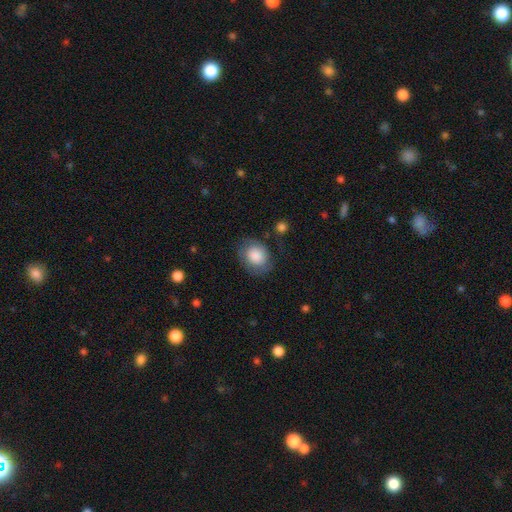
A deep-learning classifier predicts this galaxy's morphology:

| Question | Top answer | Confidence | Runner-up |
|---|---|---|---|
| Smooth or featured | smooth | 73% | featured or disk (19%) |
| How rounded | round | 55% | in between (45%) |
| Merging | none | 68% | minor disturbance (21%) |